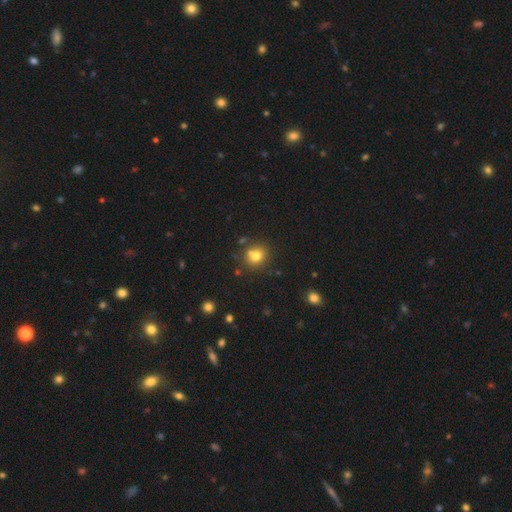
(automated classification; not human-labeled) The model was most divided on "merging": none: 70%, merger: 15%, minor disturbance: 12%, major disturbance: 3%. More confident: how rounded — round (80%); smooth or featured — smooth (77%).